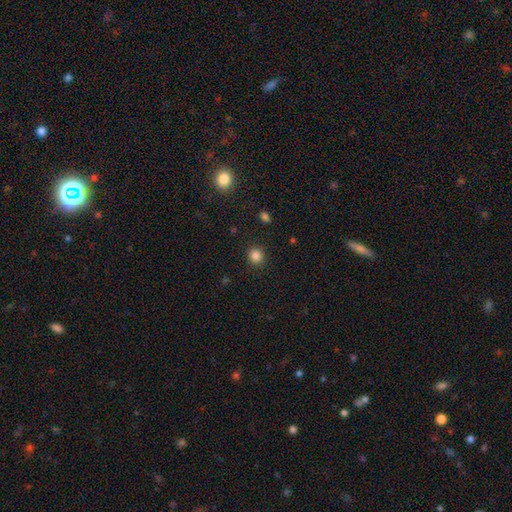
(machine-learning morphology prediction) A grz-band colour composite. It shows a smooth galaxy with no disk features (84%) that is round (88%). Merging: none (90%).